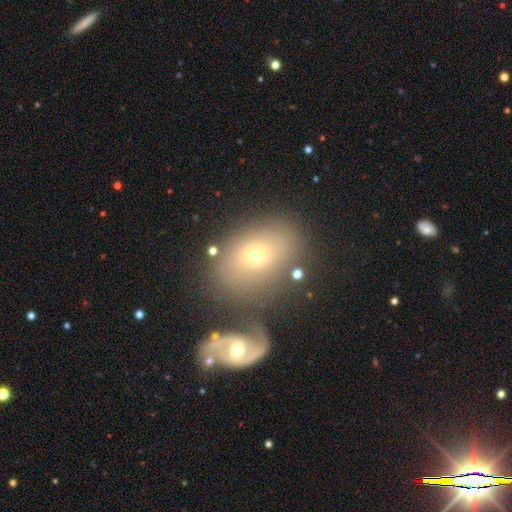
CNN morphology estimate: The model was most divided on "smooth or featured": smooth: 59%, featured or disk: 29%, star or artifact: 12%. More confident: how rounded — in between (67%); merging — none (58%).